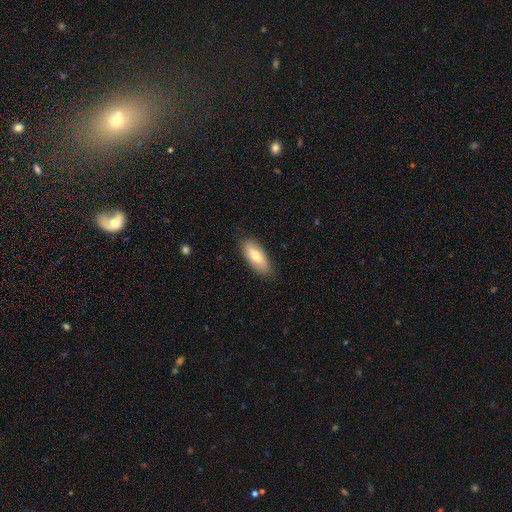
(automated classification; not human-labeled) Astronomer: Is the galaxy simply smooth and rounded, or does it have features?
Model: smooth — 75%.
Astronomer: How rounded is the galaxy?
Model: in between — 82%.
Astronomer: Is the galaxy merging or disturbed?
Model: none — 85%.